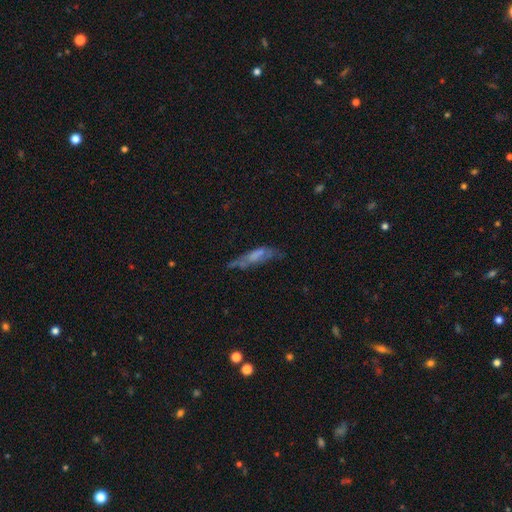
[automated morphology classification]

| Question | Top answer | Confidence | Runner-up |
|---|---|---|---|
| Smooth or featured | smooth | 46% | featured or disk (43%) |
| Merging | none | 41% | minor disturbance (28%) |